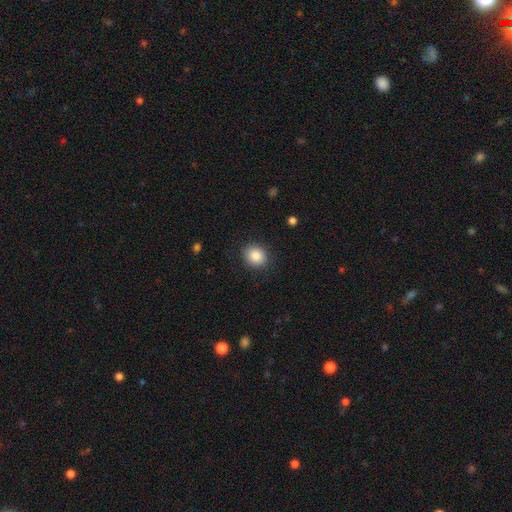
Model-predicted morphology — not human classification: This is clearly a smooth galaxy (86%). How rounded: likely round (74%). Merging: clearly none (89%).